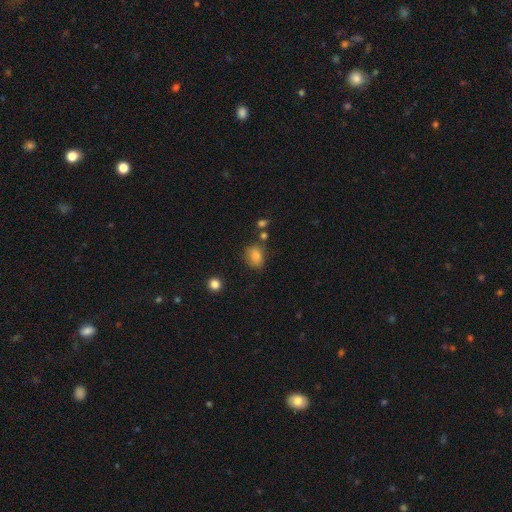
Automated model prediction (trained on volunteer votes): A smooth galaxy with no disk features (83%) that is in between round and cigar-shaped (57%).

Vote fractions:
- Smooth or featured? smooth: 83% / star or artifact: 11% / featured or disk: 7%
- How rounded? in between: 57% / round: 41% / cigar-shaped: 1%
- Merging? none: 69% / minor disturbance: 19% / merger: 6% / major disturbance: 6%